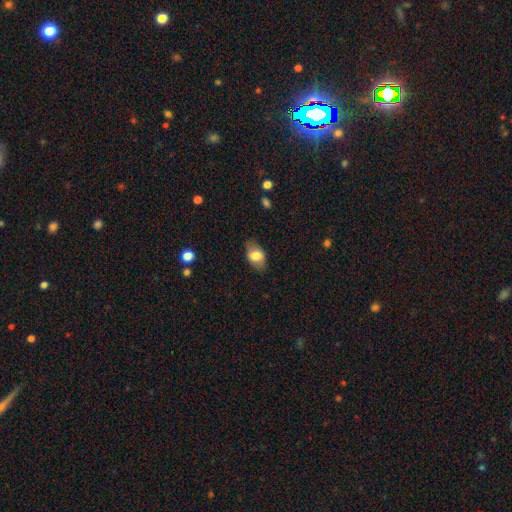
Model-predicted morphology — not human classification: type=smooth (73%); roundness=in between (86%); merging=none (78%).